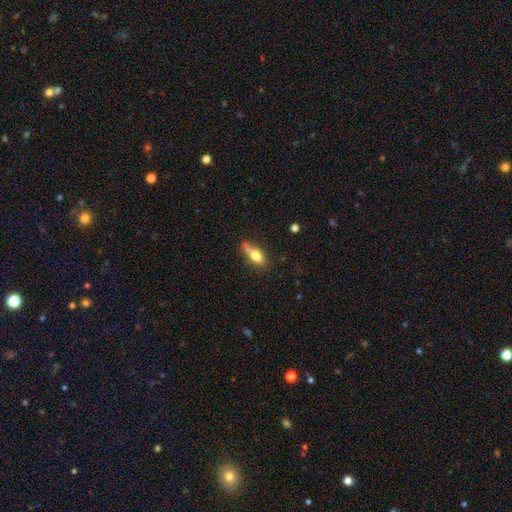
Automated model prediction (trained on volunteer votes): This appears to be a smooth galaxy with no disk features (70%) that is in between round and cigar-shaped (68%). Merging: none (45%).